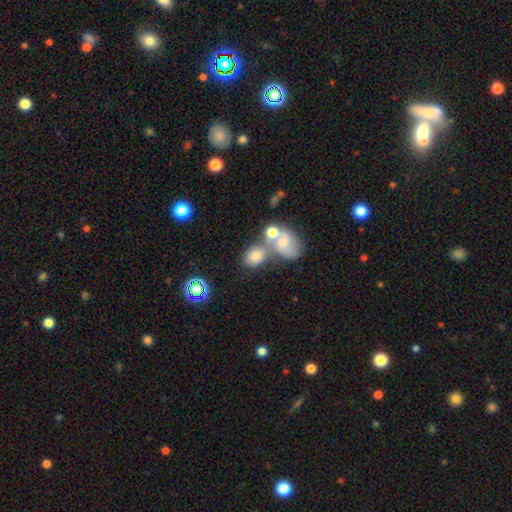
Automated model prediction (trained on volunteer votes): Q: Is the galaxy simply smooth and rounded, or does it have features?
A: smooth — 65%.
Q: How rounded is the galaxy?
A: in between — 54%.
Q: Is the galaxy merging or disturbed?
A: merger — 47%.